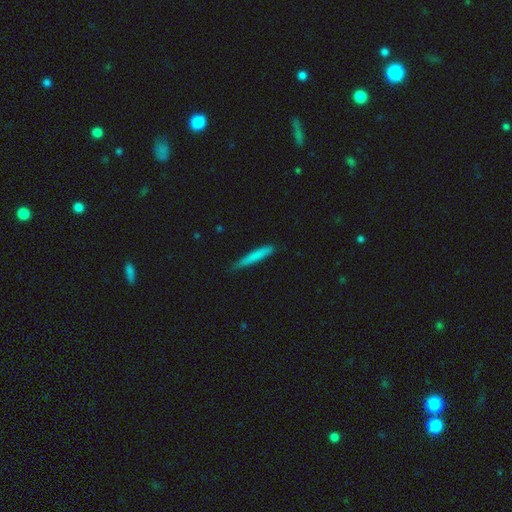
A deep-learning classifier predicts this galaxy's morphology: This is likely a smooth galaxy (77%). How rounded: clearly cigar-shaped (94%). Merging: likely none (77%).